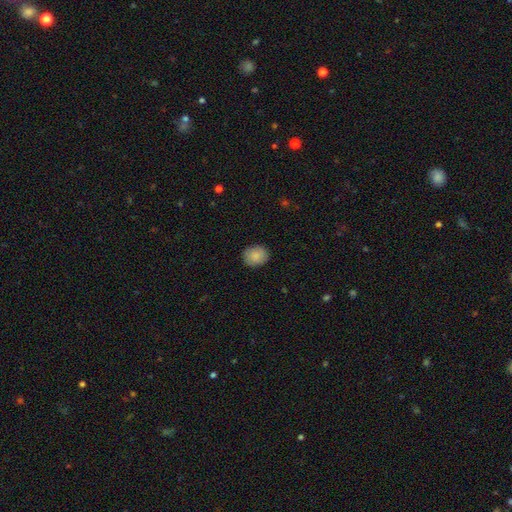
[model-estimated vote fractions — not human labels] A smooth galaxy with no disk features (87%) that is round (67%).

Vote fractions:
- Smooth or featured? smooth: 87% / star or artifact: 7% / featured or disk: 5%
- How rounded? round: 67% / in between: 32% / cigar-shaped: 1%
- Merging? none: 88% / minor disturbance: 9% / major disturbance: 2% / merger: 1%